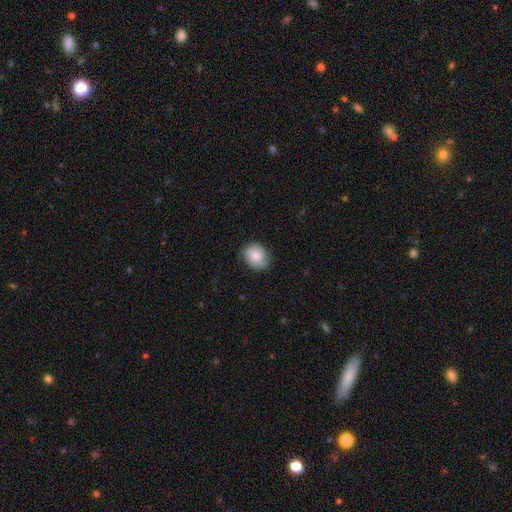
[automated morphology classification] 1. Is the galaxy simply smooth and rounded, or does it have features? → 79% smooth, 14% featured or disk, 7% star or artifact.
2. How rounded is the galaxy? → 50% round, 49% in between, 1% cigar-shaped.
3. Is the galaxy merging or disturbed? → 73% none, 21% minor disturbance, 4% major disturbance, 1% merger.